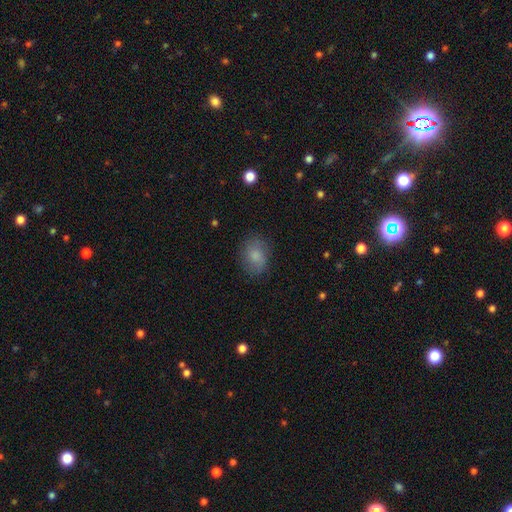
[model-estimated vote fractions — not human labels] smooth-or-featured: smooth: 81% | featured or disk: 11% | star or artifact: 8%
  how-rounded: in between: 63% | round: 35% | cigar-shaped: 1%
  merging: none: 78% | minor disturbance: 16% | major disturbance: 5% | merger: 1%